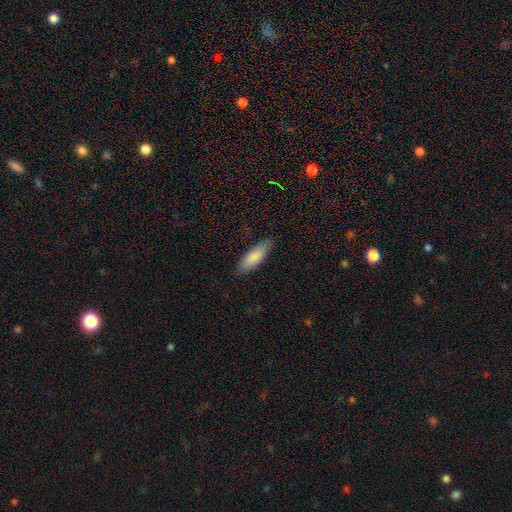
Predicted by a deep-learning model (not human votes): Smooth or featured?
  - smooth: 85% *
  - featured or disk: 9%
  - star or artifact: 6%
How rounded?
  - in between: 61% *
  - cigar-shaped: 37%
  - round: 1%
Merging?
  - none: 83% *
  - minor disturbance: 14%
  - major disturbance: 2%
  - merger: 1%